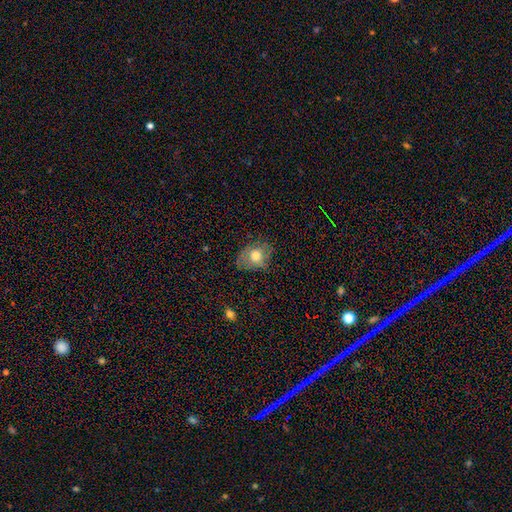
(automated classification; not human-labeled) Q: Smooth or featured?
A: smooth (70%); runner-up: featured or disk (20%)
Q: How rounded?
A: in between (57%); runner-up: round (42%)
Q: Merging?
A: none (66%); runner-up: minor disturbance (24%)